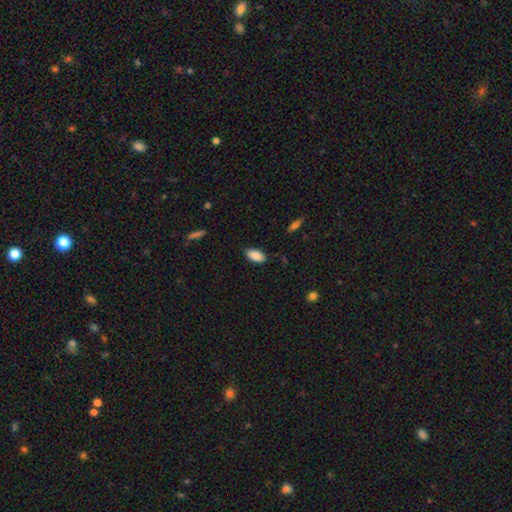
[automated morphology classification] Smooth or featured? Predicted: smooth (p=0.88). How rounded? Predicted: in between (p=0.93). Merging? Predicted: none (p=0.83).